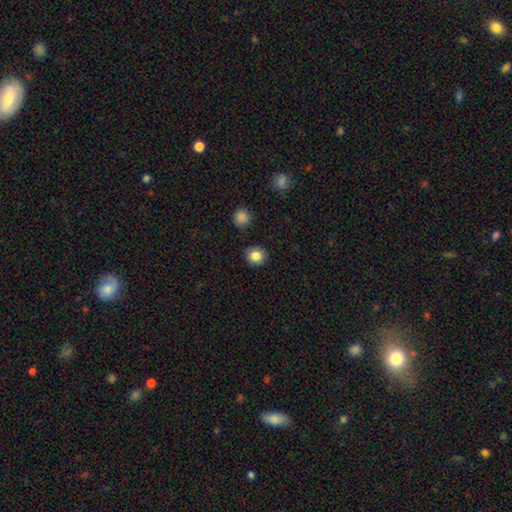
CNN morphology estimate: Smooth or featured? Predicted: smooth (p=0.85). How rounded? Predicted: round (p=0.87). Merging? Predicted: none (p=0.90).